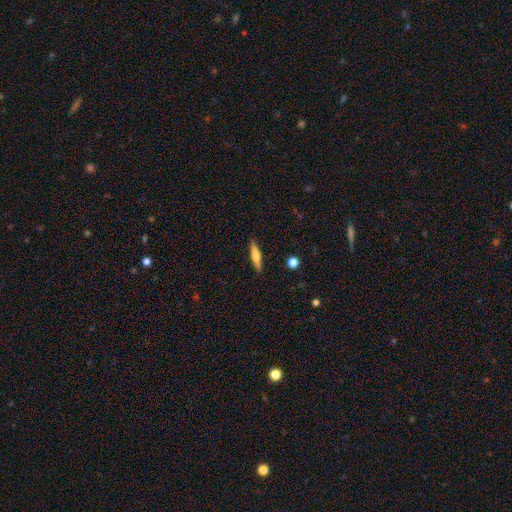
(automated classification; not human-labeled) smooth 49%, featured or disk 45%, star or artifact 6%. Down the decision tree: merging — none (90%).